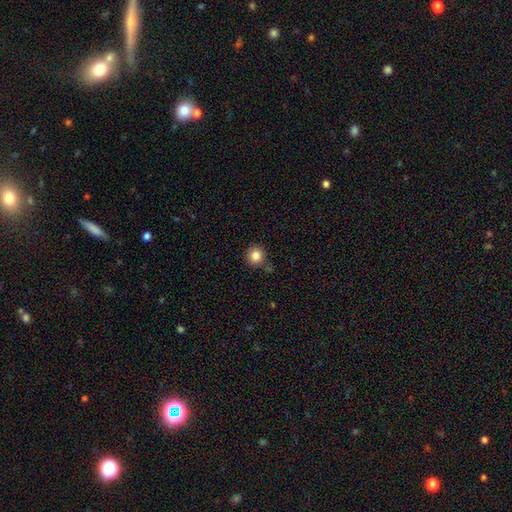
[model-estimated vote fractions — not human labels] The model was most divided on "smooth or featured": smooth: 84%, star or artifact: 11%, featured or disk: 5%. More confident: how rounded — round (92%); merging — none (84%).